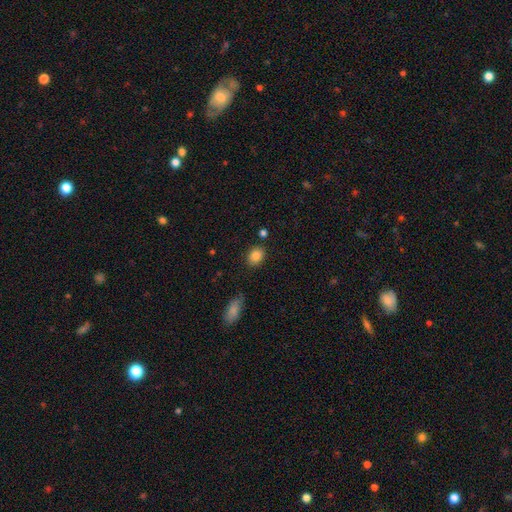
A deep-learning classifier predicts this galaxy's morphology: This appears to be a smooth galaxy with no disk features (84%) that is in between round and cigar-shaped (53%). Merging: none (84%).